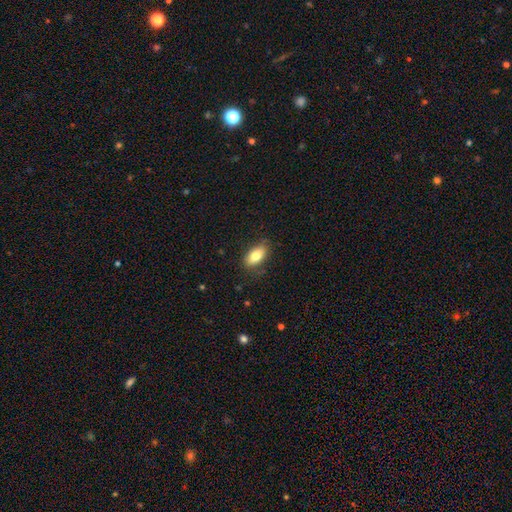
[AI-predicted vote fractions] A smooth galaxy with no disk features (79%) that is in between round and cigar-shaped (90%). Merging: none (81%).